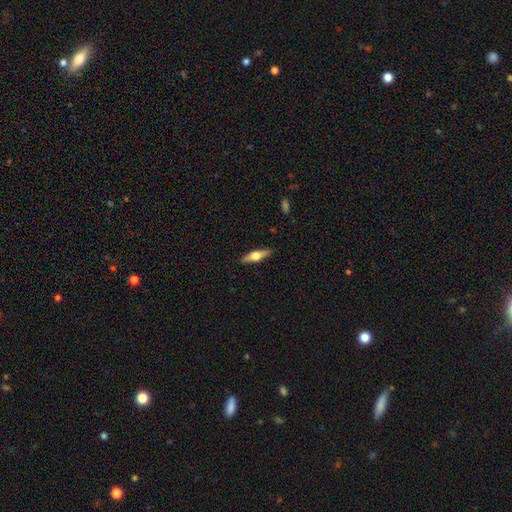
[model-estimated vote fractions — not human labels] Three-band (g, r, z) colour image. It shows a featured or disk galaxy (55%) viewed edge-on (94%) with a rounded central bulge (95%). Merging: none (89%).